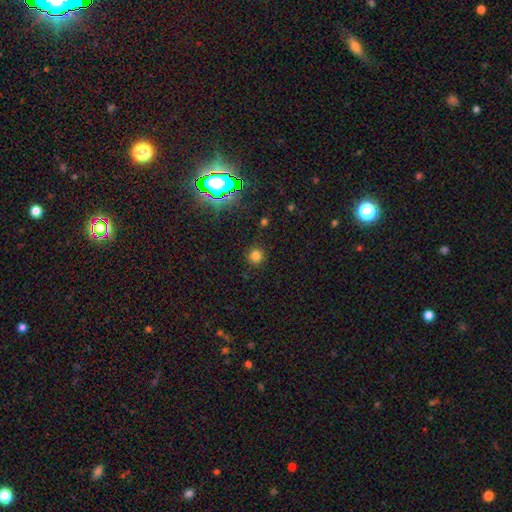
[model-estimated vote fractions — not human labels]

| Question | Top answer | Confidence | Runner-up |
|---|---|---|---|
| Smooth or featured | smooth | 77% | star or artifact (18%) |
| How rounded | round | 94% | in between (5%) |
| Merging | none | 90% | minor disturbance (6%) |